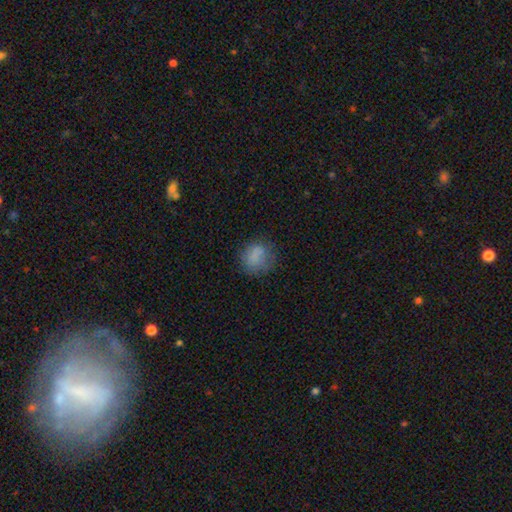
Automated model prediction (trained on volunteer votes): smooth_or_featured: smooth (p=0.82) [alt: star or artifact p=0.10]
how_rounded: round (p=0.69) [alt: in between p=0.29]
merging: none (p=0.70) [alt: minor disturbance p=0.20]